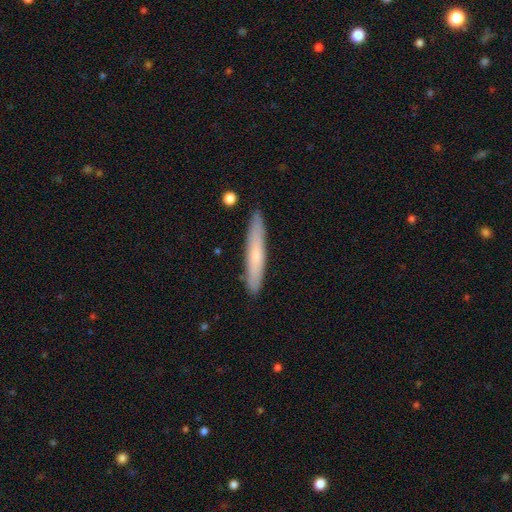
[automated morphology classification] Smooth or featured?
  - smooth: 62% *
  - featured or disk: 32%
  - star or artifact: 6%
How rounded?
  - cigar-shaped: 93% *
  - in between: 5%
  - round: 1%
Merging?
  - none: 88% *
  - minor disturbance: 9%
  - merger: 2%
  - major disturbance: 2%